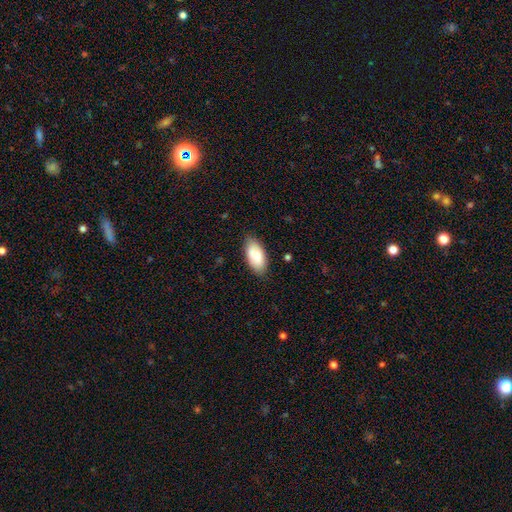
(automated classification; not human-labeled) Smooth or featured? Predicted: smooth (p=0.86). How rounded? Predicted: in between (p=0.93). Merging? Predicted: none (p=0.82).